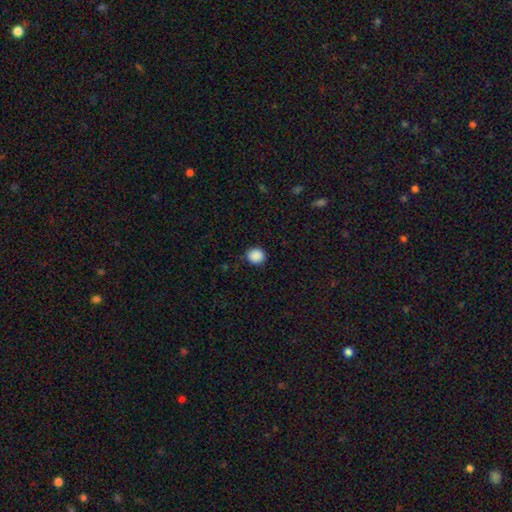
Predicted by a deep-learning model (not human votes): Overall: smooth (89%). How rounded: round (86%). Merging: none (89%).